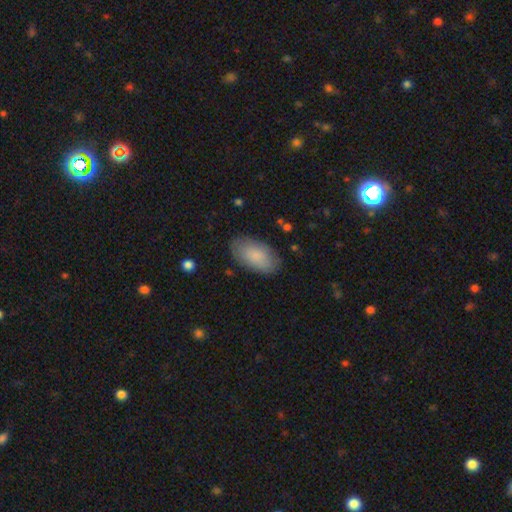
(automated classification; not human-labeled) Morphology: type=smooth (83%); roundness=in between (95%); merging=none (83%).